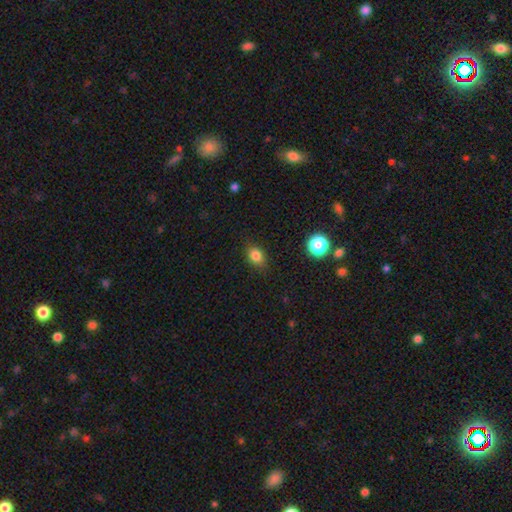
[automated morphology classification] type=smooth (81%); roundness=in between (62%); merging=none (83%).